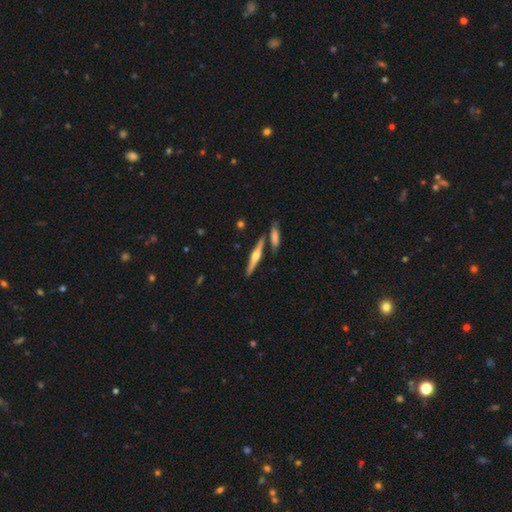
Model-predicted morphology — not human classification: type=featured or disk (74%); edge-on=yes (98%); edge-on bulge=rounded (92%); merging=none (81%).